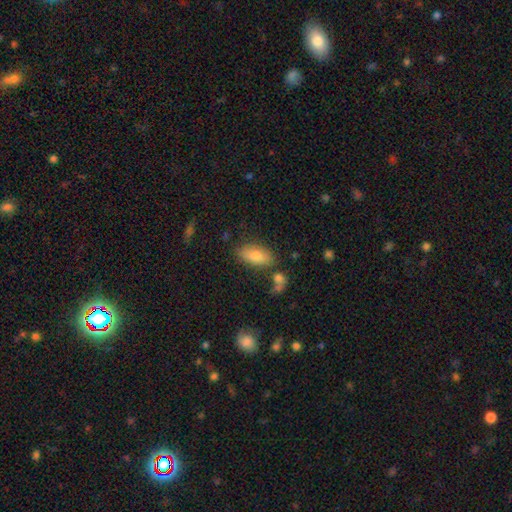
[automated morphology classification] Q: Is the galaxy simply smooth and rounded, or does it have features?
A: smooth — 80%.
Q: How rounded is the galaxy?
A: in between — 85%.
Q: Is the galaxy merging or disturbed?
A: none — 74%.